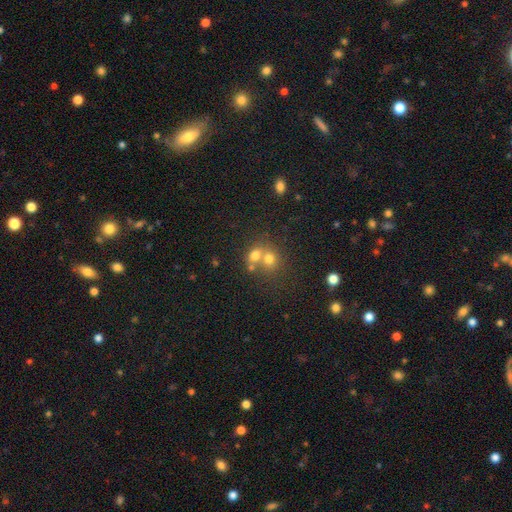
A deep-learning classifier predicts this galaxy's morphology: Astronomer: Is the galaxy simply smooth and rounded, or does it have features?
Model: smooth — 70%.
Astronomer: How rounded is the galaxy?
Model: round — 66%.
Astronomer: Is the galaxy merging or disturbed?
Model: merger — 58%.